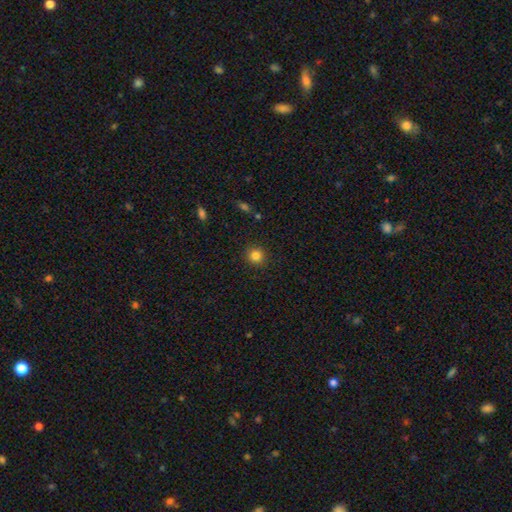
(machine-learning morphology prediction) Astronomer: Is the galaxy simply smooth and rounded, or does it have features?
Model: smooth — 83%.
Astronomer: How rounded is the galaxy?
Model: round — 92%.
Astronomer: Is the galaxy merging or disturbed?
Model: none — 91%.